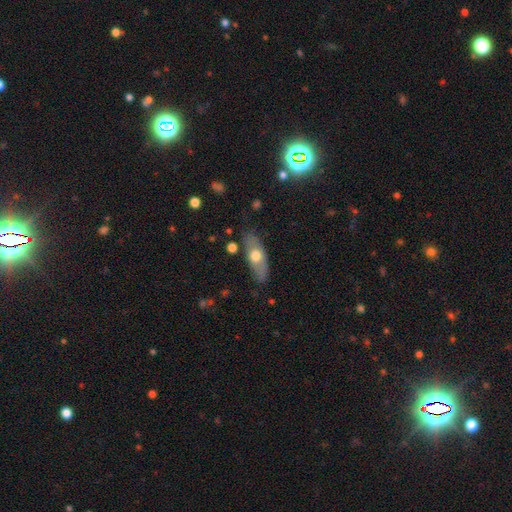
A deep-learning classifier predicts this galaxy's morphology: Smooth or featured?
  - smooth: 56% *
  - featured or disk: 38%
  - star or artifact: 6%
How rounded?
  - in between: 71% *
  - cigar-shaped: 25%
  - round: 4%
Merging?
  - none: 76% *
  - minor disturbance: 17%
  - major disturbance: 4%
  - merger: 2%